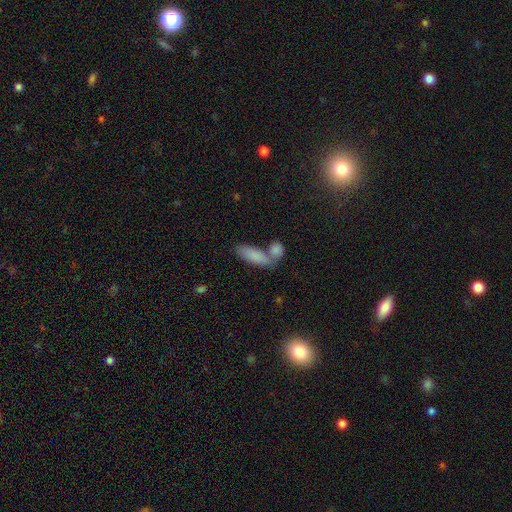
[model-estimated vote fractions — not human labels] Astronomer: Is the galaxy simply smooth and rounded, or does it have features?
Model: smooth — 83%.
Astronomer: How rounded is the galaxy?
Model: in between — 68%.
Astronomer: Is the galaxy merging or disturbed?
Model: none — 45% (runner-up: merger, 39%).